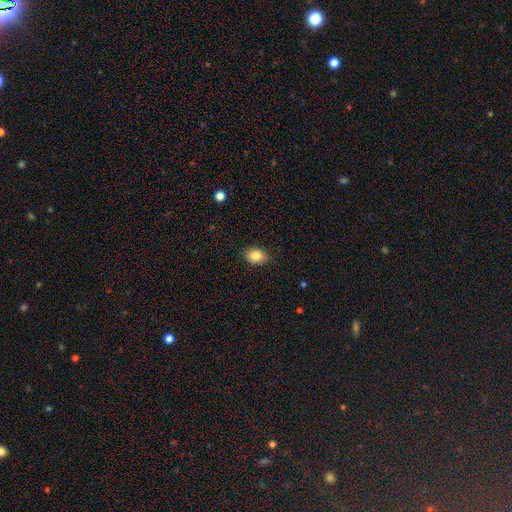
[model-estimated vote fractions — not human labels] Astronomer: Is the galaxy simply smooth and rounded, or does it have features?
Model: smooth — 83%.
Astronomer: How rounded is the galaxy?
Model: in between — 65%.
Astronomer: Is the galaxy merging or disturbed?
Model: none — 86%.